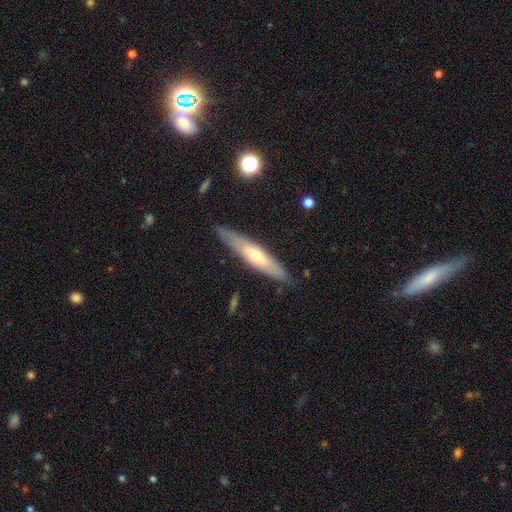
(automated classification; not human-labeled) Q: Smooth or featured?
A: featured or disk (51%); runner-up: smooth (43%)
Q: Edge-on disk?
A: yes (77%); runner-up: no (23%)
Q: Merging?
A: none (84%); runner-up: minor disturbance (12%)